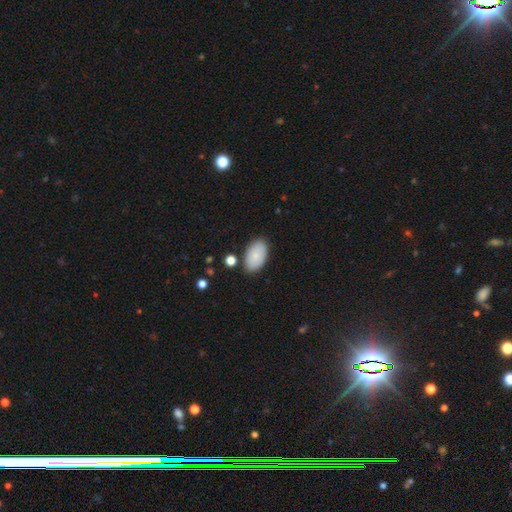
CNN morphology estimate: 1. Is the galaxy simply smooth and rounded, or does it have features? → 86% smooth, 8% featured or disk, 6% star or artifact.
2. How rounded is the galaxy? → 95% in between, 4% round, 1% cigar-shaped.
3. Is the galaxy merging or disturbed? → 84% none, 11% minor disturbance, 3% merger, 3% major disturbance.